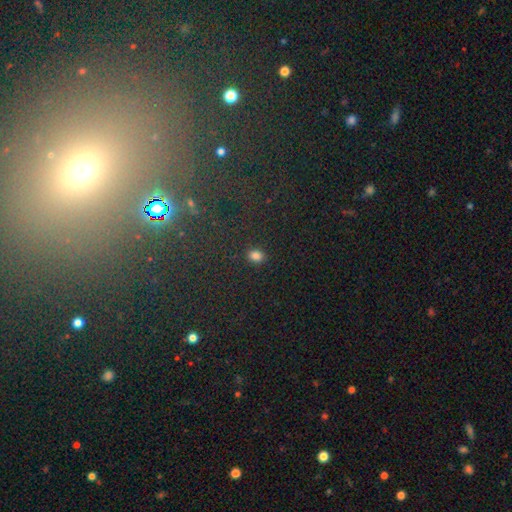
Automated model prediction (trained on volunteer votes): A smooth galaxy with no disk features (81%) that is in between round and cigar-shaped (53%). Merging: none (87%).